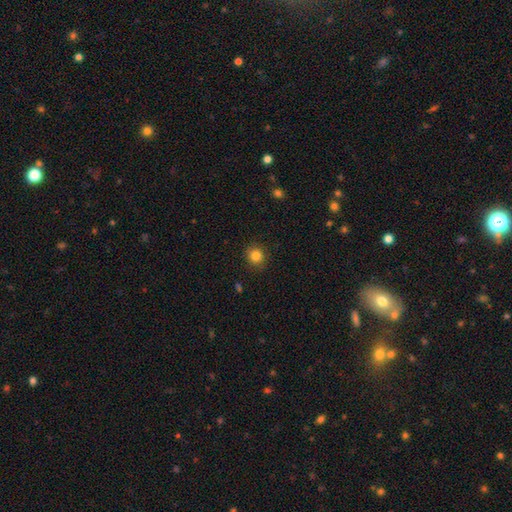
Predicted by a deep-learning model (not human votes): Smooth or featured: smooth — 83% (star or artifact — 11%)
How rounded: round — 88% (in between — 11%)
Merging: none — 89% (minor disturbance — 8%)